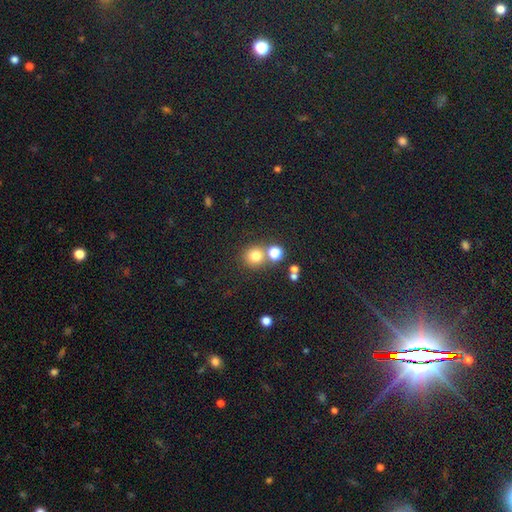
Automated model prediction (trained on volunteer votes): Morphology: type=smooth (76%); roundness=round (90%); merging=none (67%).